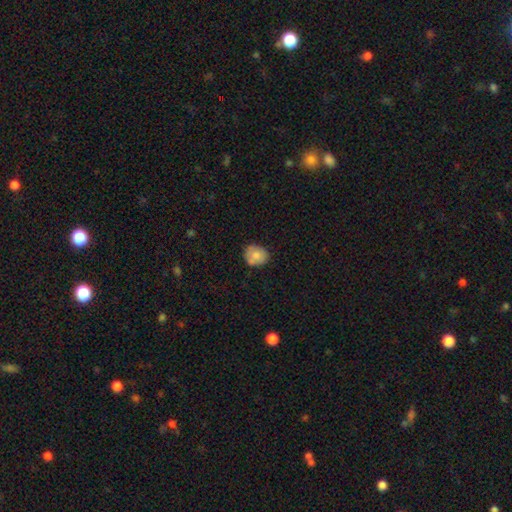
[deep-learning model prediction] Overall: smooth (74%). How rounded: round (65%; in between 35%). Merging: none (70%).